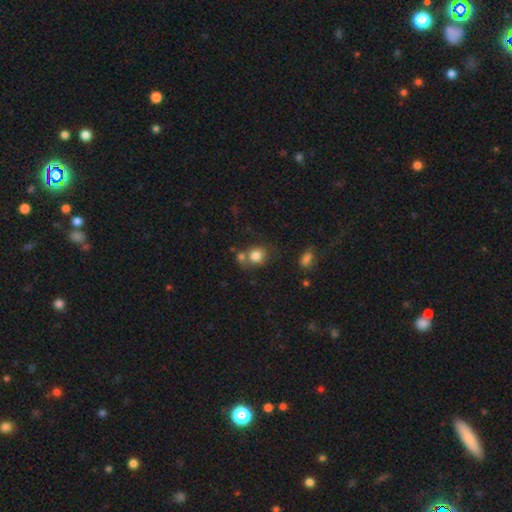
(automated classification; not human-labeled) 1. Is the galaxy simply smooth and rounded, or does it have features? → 80% smooth, 10% star or artifact, 9% featured or disk.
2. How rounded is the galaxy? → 73% round, 26% in between, 1% cigar-shaped.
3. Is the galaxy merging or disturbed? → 52% none, 29% merger, 13% minor disturbance, 6% major disturbance.